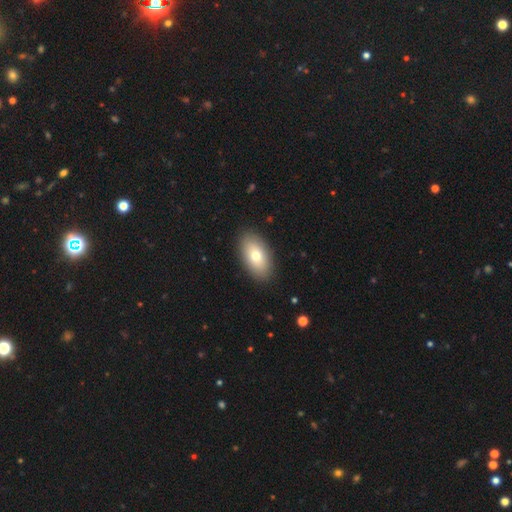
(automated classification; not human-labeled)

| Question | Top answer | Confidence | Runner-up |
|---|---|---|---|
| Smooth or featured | smooth | 74% | featured or disk (19%) |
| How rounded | in between | 93% | round (5%) |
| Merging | none | 89% | minor disturbance (8%) |